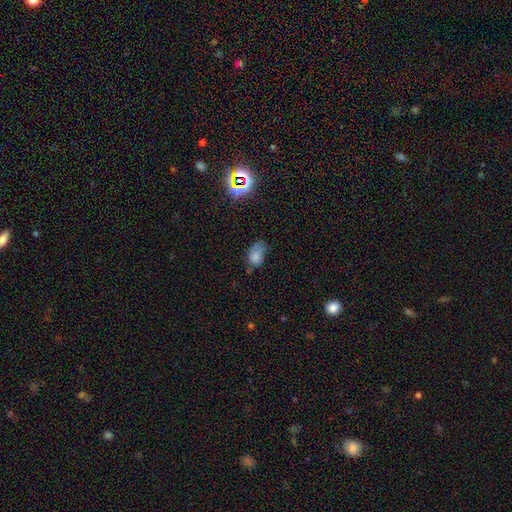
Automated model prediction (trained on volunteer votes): smooth 70%, star or artifact 16%, featured or disk 15%. Down the decision tree: how rounded — in between (85%); merging — minor disturbance (37%).